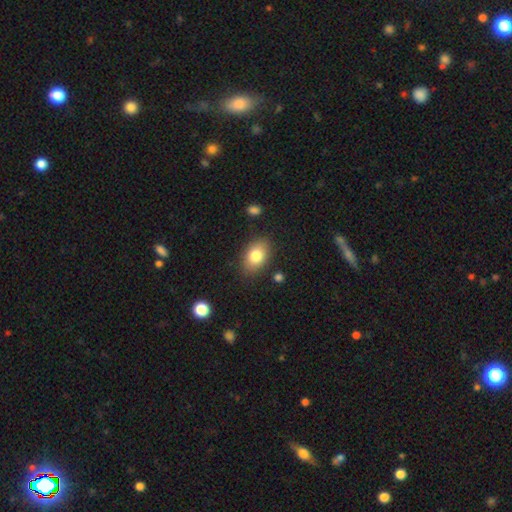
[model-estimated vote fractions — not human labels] smooth-or-featured: smooth: 81% | featured or disk: 11% | star or artifact: 8%
  how-rounded: in between: 84% | round: 15% | cigar-shaped: 1%
  merging: none: 84% | minor disturbance: 11% | major disturbance: 3% | merger: 2%